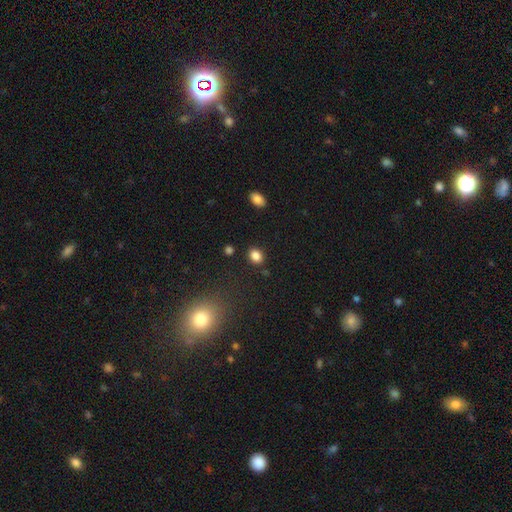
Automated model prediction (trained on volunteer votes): Smooth or featured: smooth — 84% (star or artifact — 11%)
How rounded: in between — 57% (round — 42%)
Merging: none — 85% (minor disturbance — 9%)